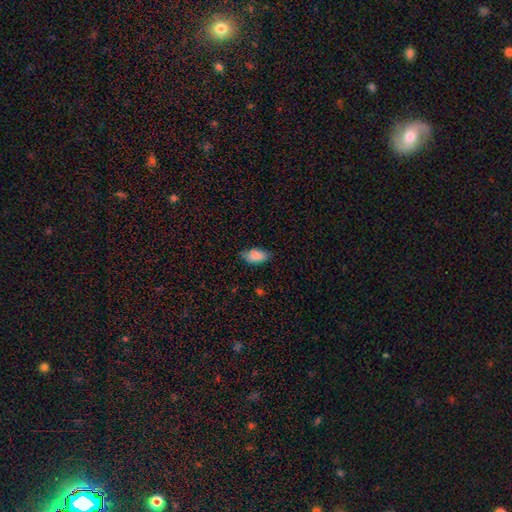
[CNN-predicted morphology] type=smooth (87%); roundness=in between (92%); merging=none (73%).